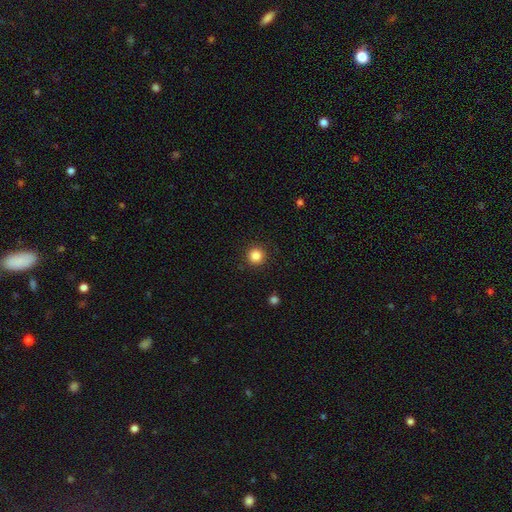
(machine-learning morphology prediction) The model was most divided on "smooth or featured": smooth: 86%, star or artifact: 11%, featured or disk: 4%. More confident: how rounded — round (95%); merging — none (92%).